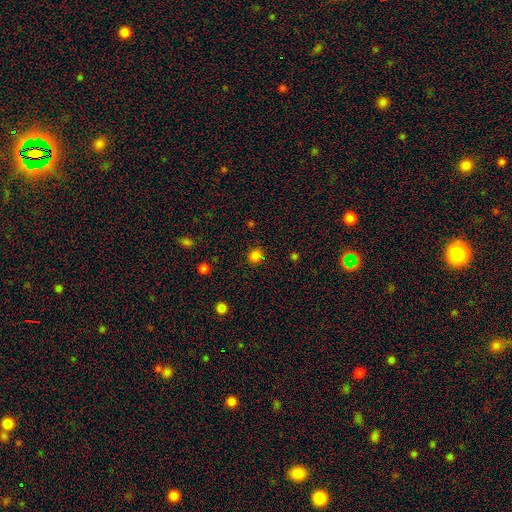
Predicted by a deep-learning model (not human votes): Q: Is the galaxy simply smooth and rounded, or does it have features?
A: smooth — 79%.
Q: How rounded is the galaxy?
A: round — 79%.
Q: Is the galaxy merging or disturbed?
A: none — 83%.